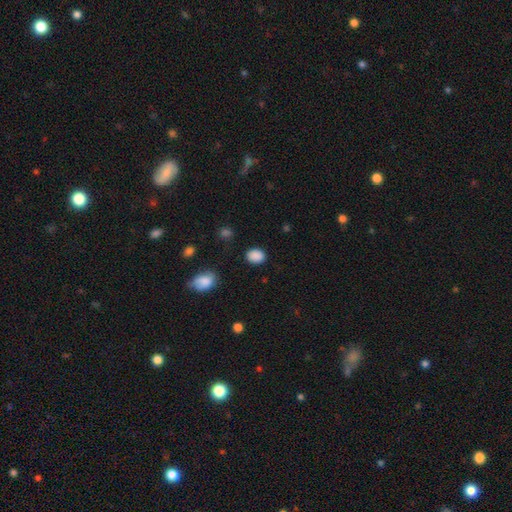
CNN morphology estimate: type=smooth (88%); roundness=in between (64%); merging=none (85%).